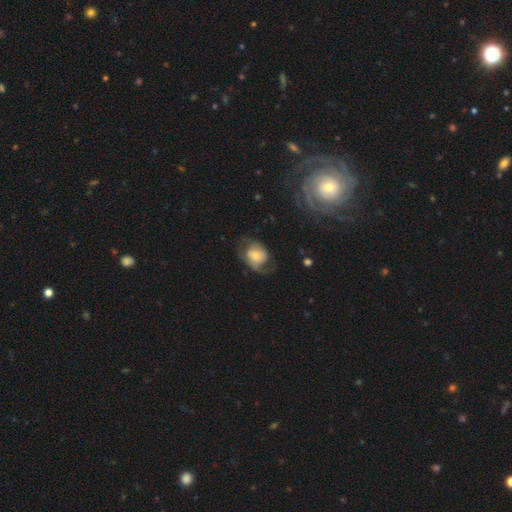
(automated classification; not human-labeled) Morphology: type=featured or disk (53%); edge-on=no (96%); bar=no (67%); spiral arms=yes (79%); bulge=small (39%); merging=none (52%).